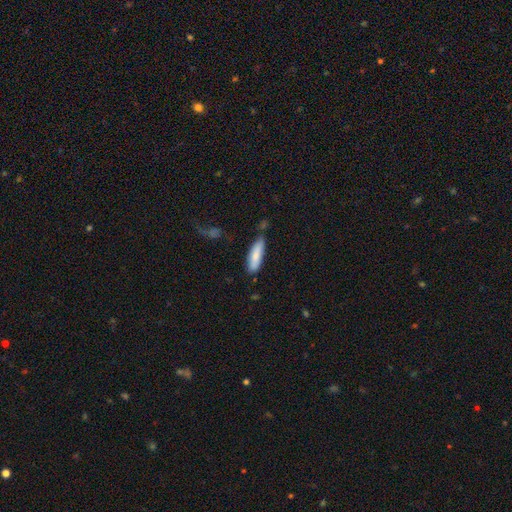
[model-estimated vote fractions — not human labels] Morphology: type=smooth (80%); roundness=cigar-shaped (59%); merging=none (69%).